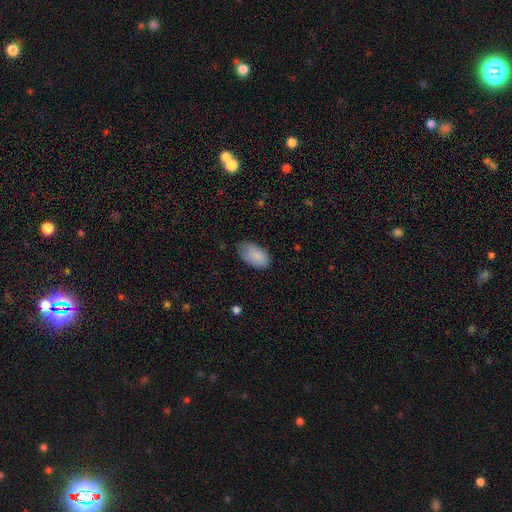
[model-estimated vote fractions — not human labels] Smooth or featured? Predicted: smooth (p=0.87). How rounded? Predicted: in between (p=0.95). Merging? Predicted: none (p=0.63).